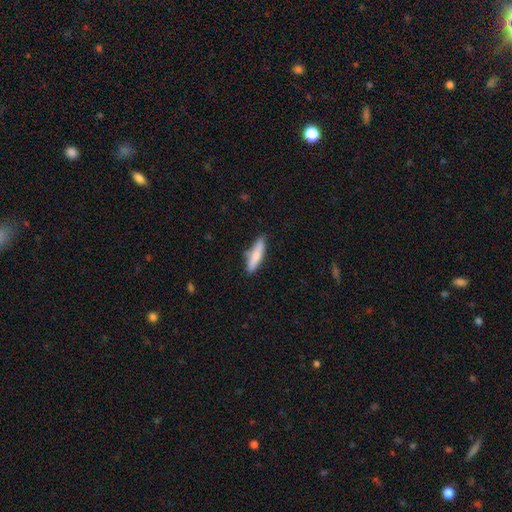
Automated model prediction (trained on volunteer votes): Smooth or featured?
  - smooth: 75% *
  - featured or disk: 19%
  - star or artifact: 6%
How rounded?
  - cigar-shaped: 73% *
  - in between: 25%
  - round: 2%
Merging?
  - none: 73% *
  - minor disturbance: 19%
  - merger: 4%
  - major disturbance: 4%